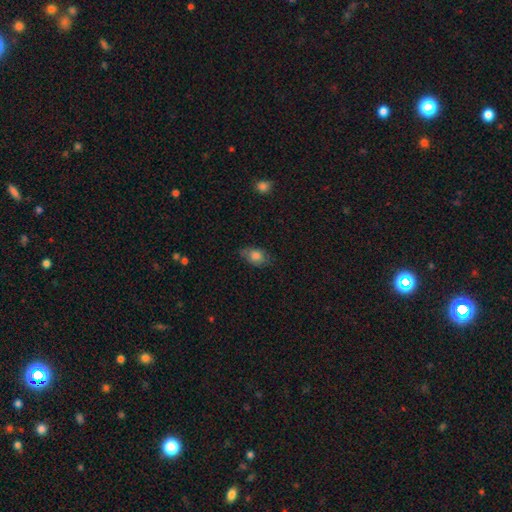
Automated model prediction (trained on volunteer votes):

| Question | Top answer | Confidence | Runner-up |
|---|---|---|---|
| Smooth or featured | smooth | 76% | featured or disk (15%) |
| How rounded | in between | 81% | round (17%) |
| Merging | none | 67% | minor disturbance (25%) |